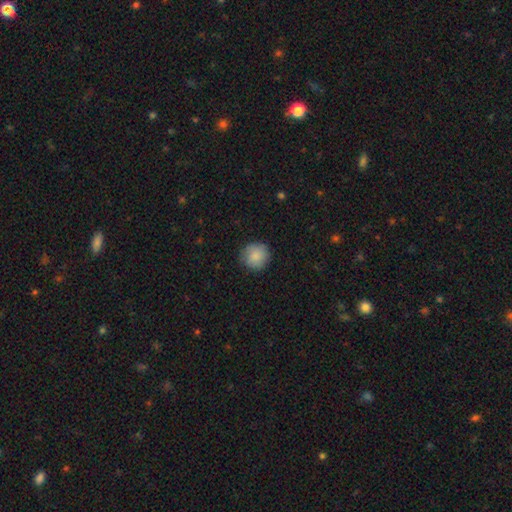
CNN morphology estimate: A smooth galaxy with no disk features (87%) that is round (92%).

Vote fractions:
- Smooth or featured? smooth: 87% / star or artifact: 7% / featured or disk: 6%
- How rounded? round: 92% / in between: 7% / cigar-shaped: 1%
- Merging? none: 85% / minor disturbance: 11% / major disturbance: 3% / merger: 1%